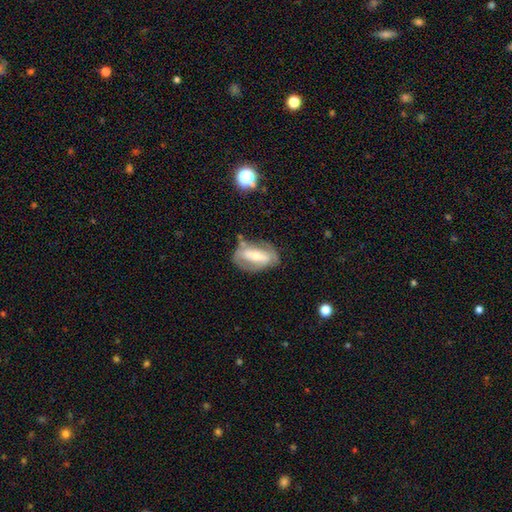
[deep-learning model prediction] Overall: featured or disk (60%; smooth 33%). Edge-on disk: no (89%). Bar: strong (50%; no 25%). Spiral arms: no (51%; yes 49%). Bulge size: moderate (51%; small 39%). Merging: none (60%; minor disturbance 24%).